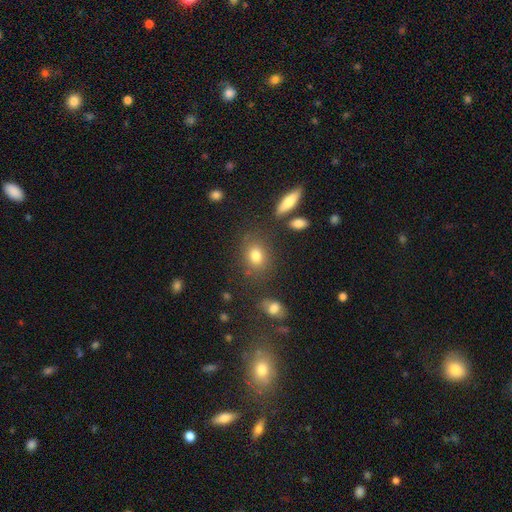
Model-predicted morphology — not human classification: Q: Smooth or featured?
A: smooth (78%); runner-up: star or artifact (12%)
Q: How rounded?
A: in between (52%); runner-up: round (47%)
Q: Merging?
A: none (74%); runner-up: minor disturbance (14%)